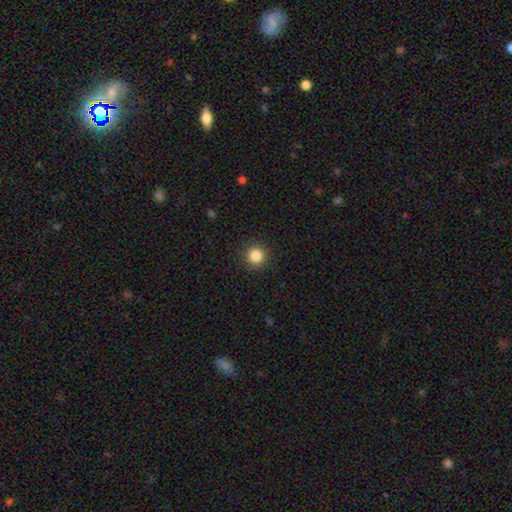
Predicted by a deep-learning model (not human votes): Smooth or featured? Predicted: smooth (p=0.85). How rounded? Predicted: round (p=0.95). Merging? Predicted: none (p=0.91).